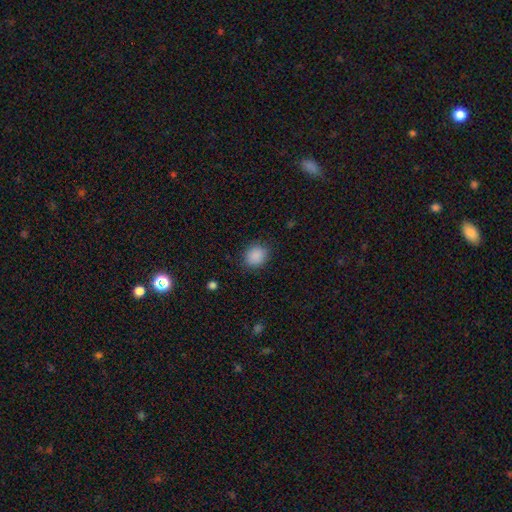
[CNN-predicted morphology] smooth 88%, star or artifact 9%, featured or disk 3%. Down the decision tree: how rounded — round (68%); merging — none (85%).